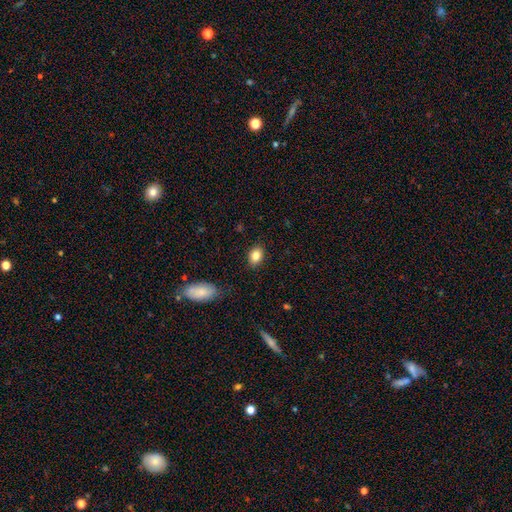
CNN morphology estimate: smooth-or-featured: smooth: 84% | star or artifact: 9% | featured or disk: 7%
  how-rounded: in between: 75% | round: 24% | cigar-shaped: 1%
  merging: none: 86% | minor disturbance: 10% | major disturbance: 3% | merger: 1%